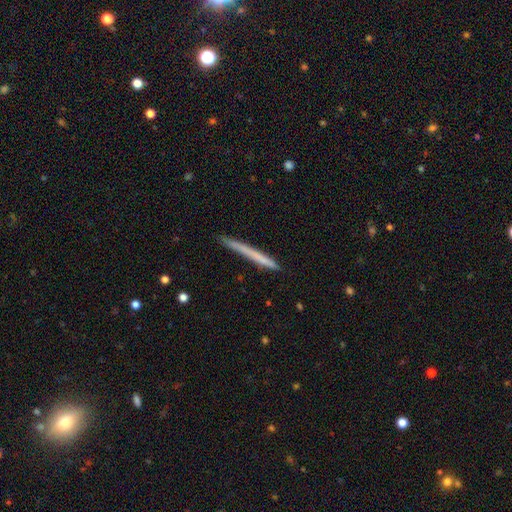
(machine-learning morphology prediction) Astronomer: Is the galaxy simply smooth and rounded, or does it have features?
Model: smooth — 59% (runner-up: featured or disk, 34%).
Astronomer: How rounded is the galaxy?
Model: cigar-shaped — 97%.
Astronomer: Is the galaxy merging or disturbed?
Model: none — 86%.